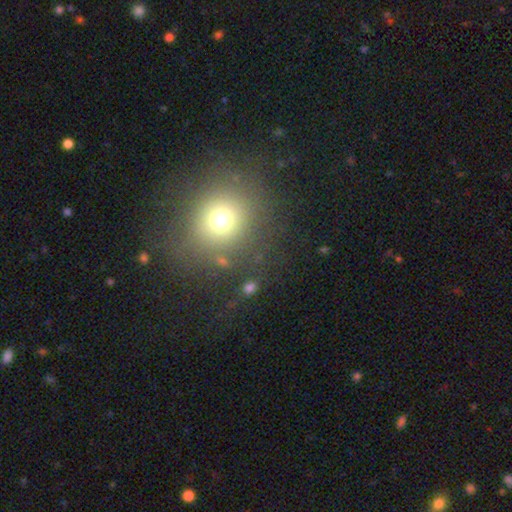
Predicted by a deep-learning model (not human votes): Overall: smooth (64%). How rounded: round (88%). Merging: none (76%).